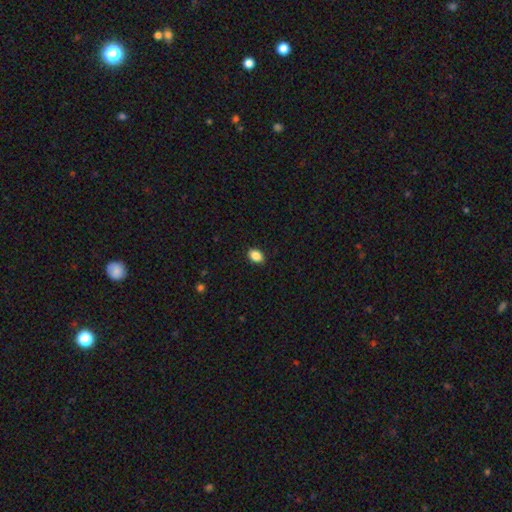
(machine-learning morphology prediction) type=smooth (88%); roundness=in between (81%); merging=none (88%).